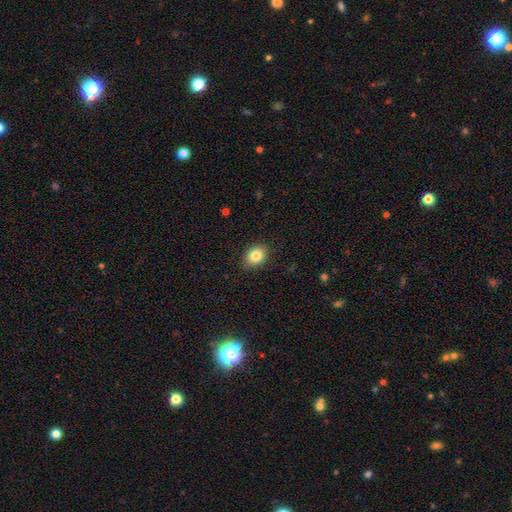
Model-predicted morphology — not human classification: Smooth or featured: smooth — 84% (star or artifact — 9%)
How rounded: in between — 60% (round — 39%)
Merging: none — 87% (minor disturbance — 10%)